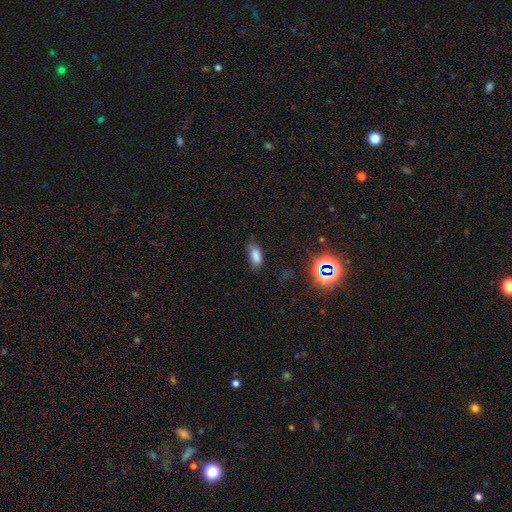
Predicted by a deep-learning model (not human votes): Smooth or featured?
  - smooth: 79% *
  - star or artifact: 14%
  - featured or disk: 7%
How rounded?
  - in between: 86% *
  - cigar-shaped: 10%
  - round: 4%
Merging?
  - none: 68% *
  - minor disturbance: 24%
  - major disturbance: 7%
  - merger: 2%